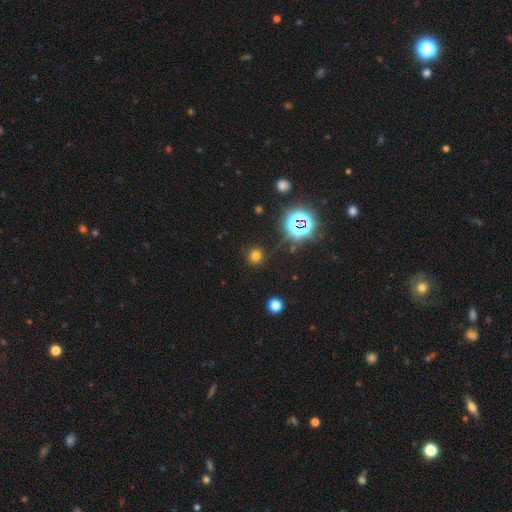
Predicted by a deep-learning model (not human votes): smooth-or-featured: smooth: 69% | star or artifact: 25% | featured or disk: 6%
  how-rounded: round: 91% | in between: 8% | cigar-shaped: 1%
  merging: none: 88% | minor disturbance: 7% | major disturbance: 3% | merger: 2%